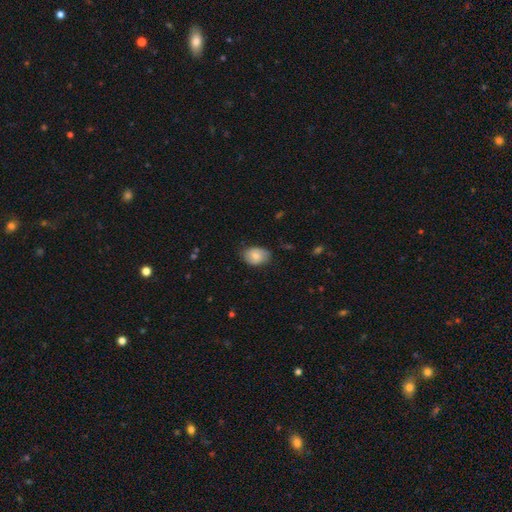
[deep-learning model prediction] smooth-or-featured: smooth: 72% | featured or disk: 21% | star or artifact: 7%
  how-rounded: in between: 76% | round: 23% | cigar-shaped: 1%
  merging: none: 72% | minor disturbance: 23% | major disturbance: 4% | merger: 1%